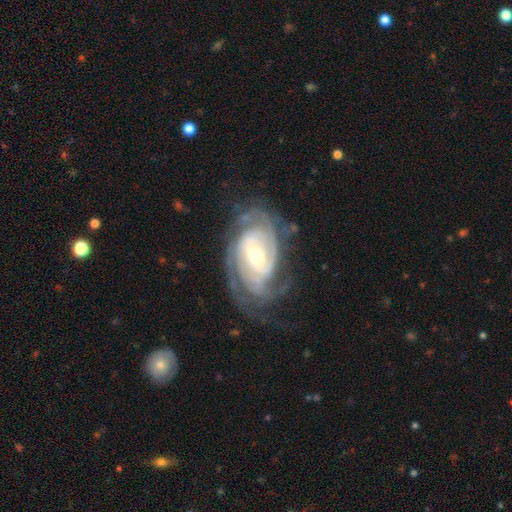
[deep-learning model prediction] Overall: featured or disk (90%). Edge-on disk: no (96%). Bar: weak (44%; no 32%). Spiral arms: yes (97%). Spiral arm count: 3 (26%; can't tell 25%). Spiral winding: tight (68%). Bulge size: moderate (54%; small 41%). Merging: none (67%).